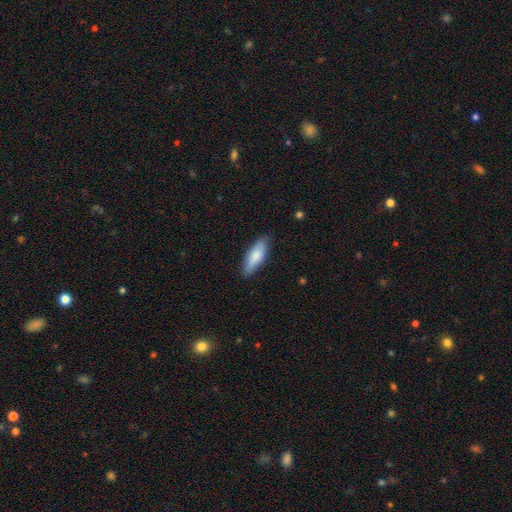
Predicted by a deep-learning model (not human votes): Smooth or featured? Predicted: smooth (p=0.77). How rounded? Predicted: in between (p=0.58). Merging? Predicted: none (p=0.83).